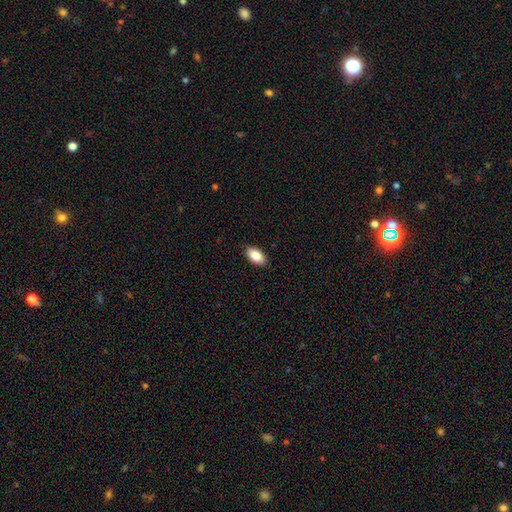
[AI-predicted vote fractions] smooth-or-featured: smooth: 87% | star or artifact: 7% | featured or disk: 6%
  how-rounded: in between: 94% | round: 4% | cigar-shaped: 2%
  merging: none: 89% | minor disturbance: 9% | major disturbance: 2% | merger: 1%